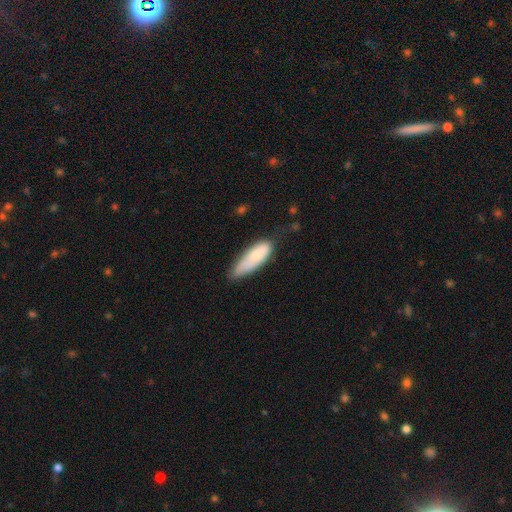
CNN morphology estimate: type=smooth (77%); roundness=in between (61%); merging=none (50%).